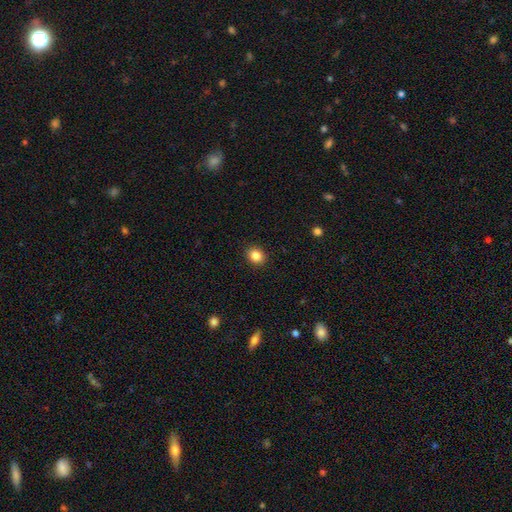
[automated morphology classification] A smooth galaxy with no disk features (85%) that is round (69%).

Vote fractions:
- Smooth or featured? smooth: 85% / star or artifact: 10% / featured or disk: 4%
- How rounded? round: 69% / in between: 30% / cigar-shaped: 1%
- Merging? none: 91% / minor disturbance: 6% / major disturbance: 2% / merger: 1%